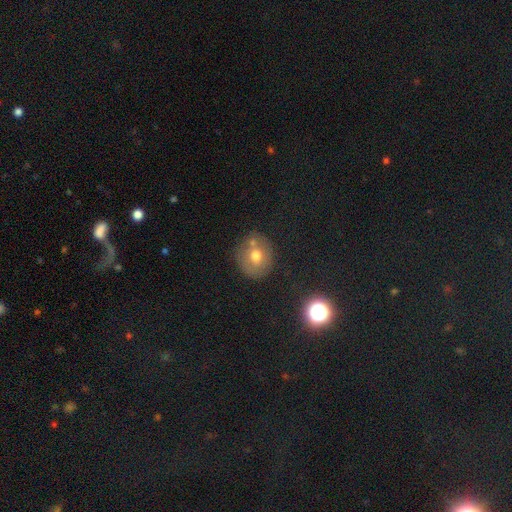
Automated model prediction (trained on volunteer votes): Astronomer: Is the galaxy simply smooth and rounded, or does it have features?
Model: smooth — 62%.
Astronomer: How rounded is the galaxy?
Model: round — 79%.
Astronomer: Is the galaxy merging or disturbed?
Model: none — 66%.